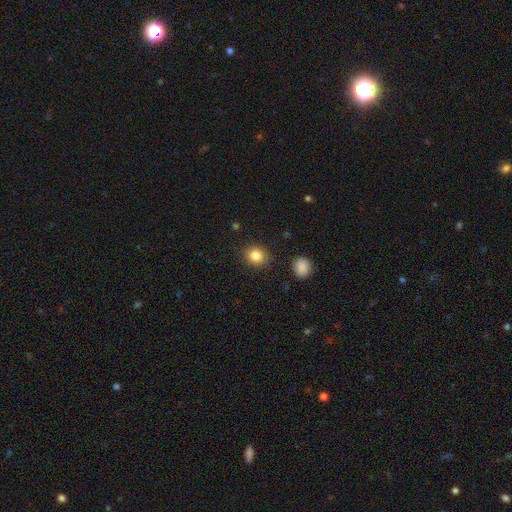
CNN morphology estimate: A smooth galaxy with no disk features (85%) that is round (78%).

Vote fractions:
- Smooth or featured? smooth: 85% / star or artifact: 10% / featured or disk: 5%
- How rounded? round: 78% / in between: 21% / cigar-shaped: 1%
- Merging? none: 89% / minor disturbance: 7% / major disturbance: 2% / merger: 2%